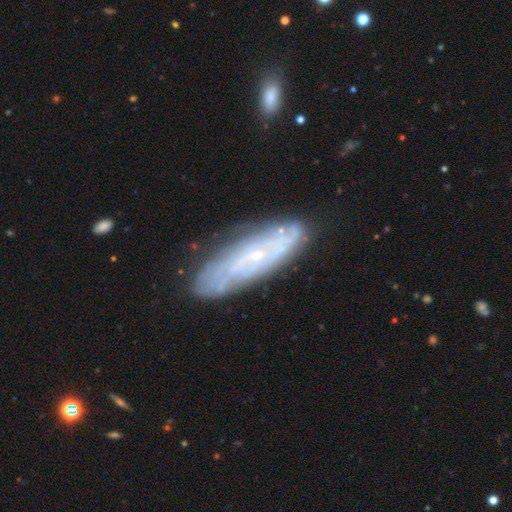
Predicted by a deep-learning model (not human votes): The model was most divided on "bar": no: 69%, weak: 25%, strong: 6%. More confident: spiral arms — yes (82%); bulge size — small (82%); edge-on disk — no (80%); merging — none (76%); smooth or featured — featured or disk (75%).